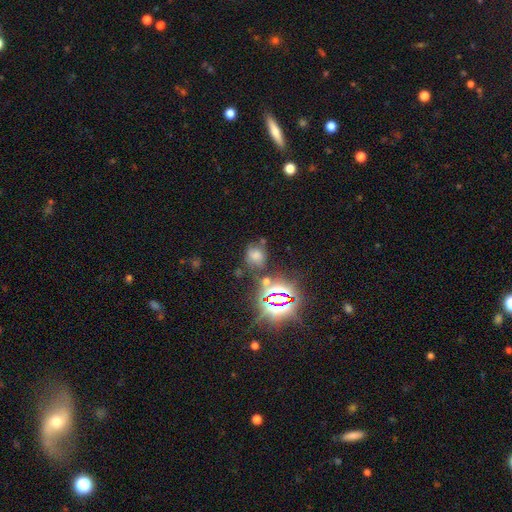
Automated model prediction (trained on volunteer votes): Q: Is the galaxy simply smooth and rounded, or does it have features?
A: smooth — 50%.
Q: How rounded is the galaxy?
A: round — 49%, tied with in between.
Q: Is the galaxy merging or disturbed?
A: none — 57%.